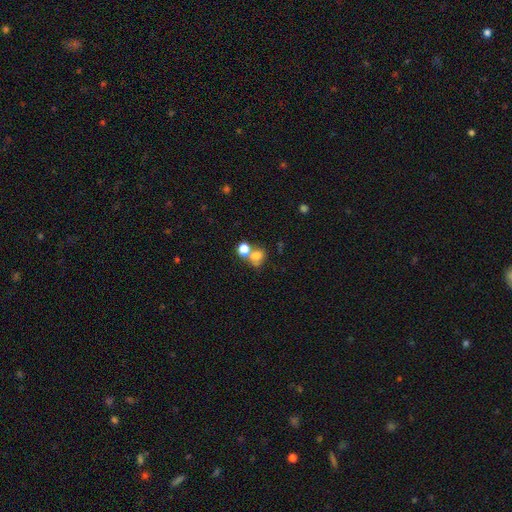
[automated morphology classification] Overall: smooth (71%). How rounded: round (51%; in between 47%). Merging: merger (52%; none 31%).